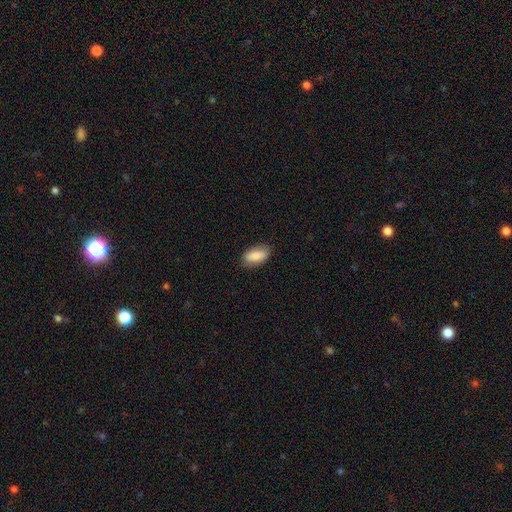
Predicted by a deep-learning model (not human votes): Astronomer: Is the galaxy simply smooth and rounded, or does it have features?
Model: smooth — 84%.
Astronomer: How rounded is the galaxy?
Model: in between — 89%.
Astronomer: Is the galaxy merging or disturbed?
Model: none — 83%.